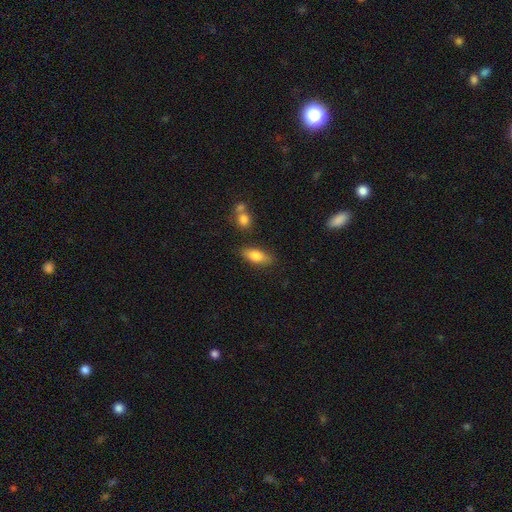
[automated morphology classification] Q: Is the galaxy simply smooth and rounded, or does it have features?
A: smooth — 80%.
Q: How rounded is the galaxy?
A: in between — 81%.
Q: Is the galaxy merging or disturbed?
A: none — 79%.